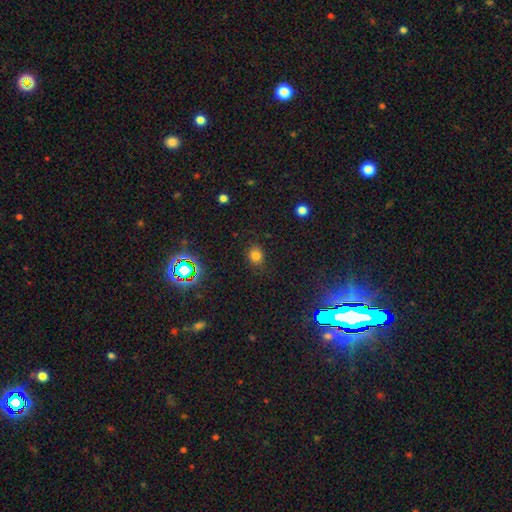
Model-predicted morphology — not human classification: smooth_or_featured: smooth (p=0.75) [alt: star or artifact p=0.18]
how_rounded: round (p=0.63) [alt: in between p=0.36]
merging: none (p=0.82) [alt: minor disturbance p=0.12]